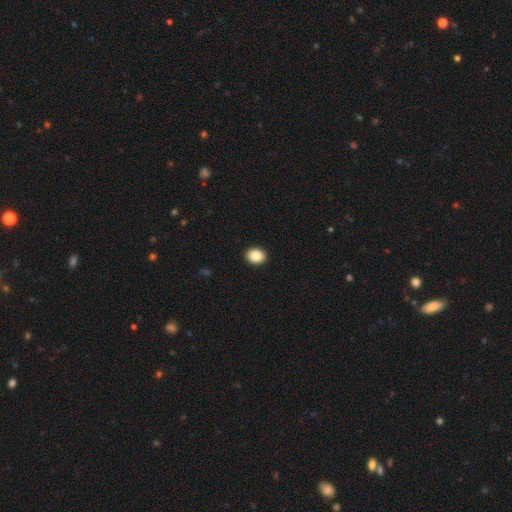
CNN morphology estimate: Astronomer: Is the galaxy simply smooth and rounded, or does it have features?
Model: smooth — 86%.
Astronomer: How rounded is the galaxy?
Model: round — 51% (runner-up: in between, 49%).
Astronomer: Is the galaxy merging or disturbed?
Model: none — 93%.